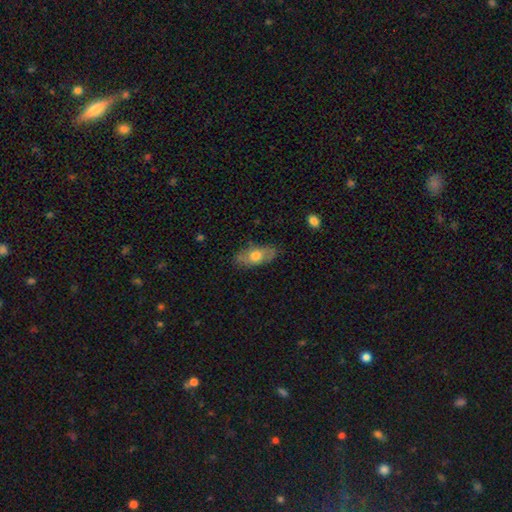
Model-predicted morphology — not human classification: smooth-or-featured: smooth: 60% | featured or disk: 34% | star or artifact: 6%
  how-rounded: in between: 85% | cigar-shaped: 10% | round: 5%
  merging: none: 75% | minor disturbance: 19% | major disturbance: 5% | merger: 1%